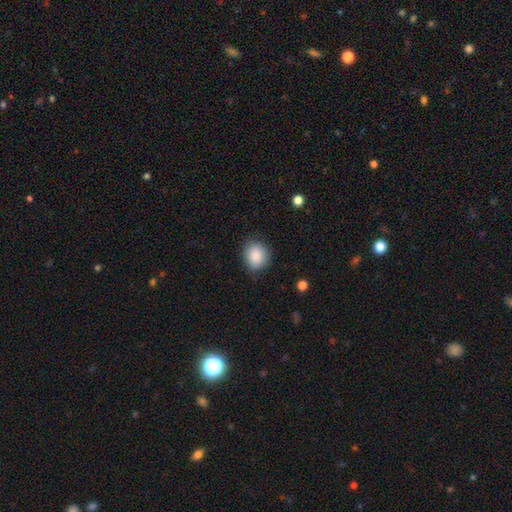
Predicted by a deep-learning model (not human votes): smooth-or-featured: smooth: 87% | star or artifact: 8% | featured or disk: 5%
  how-rounded: round: 63% | in between: 36% | cigar-shaped: 1%
  merging: none: 78% | minor disturbance: 17% | major disturbance: 3% | merger: 1%